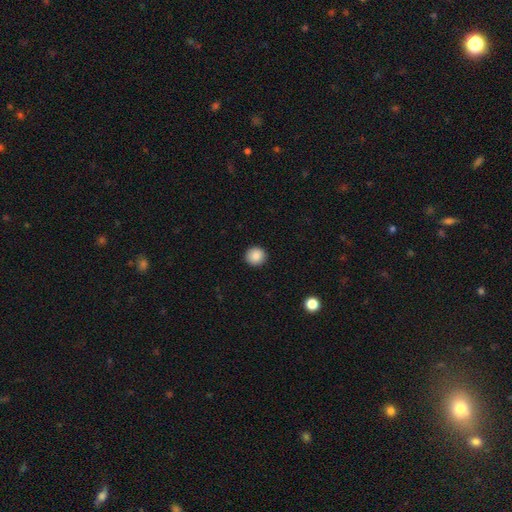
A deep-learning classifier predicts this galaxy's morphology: Smooth or featured?
  - smooth: 88% *
  - star or artifact: 9%
  - featured or disk: 3%
How rounded?
  - round: 93% *
  - in between: 6%
  - cigar-shaped: 1%
Merging?
  - none: 92% *
  - minor disturbance: 5%
  - major disturbance: 2%
  - merger: 1%